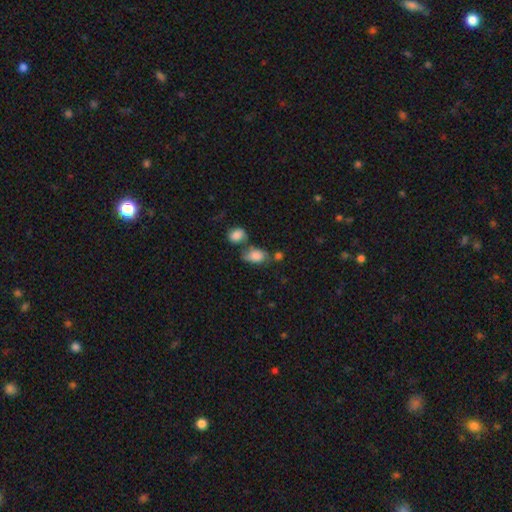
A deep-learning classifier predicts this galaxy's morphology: smooth-or-featured: smooth: 83% | star or artifact: 9% | featured or disk: 8%
  how-rounded: in between: 83% | round: 14% | cigar-shaped: 2%
  merging: none: 41% | merger: 30% | minor disturbance: 20% | major disturbance: 9%